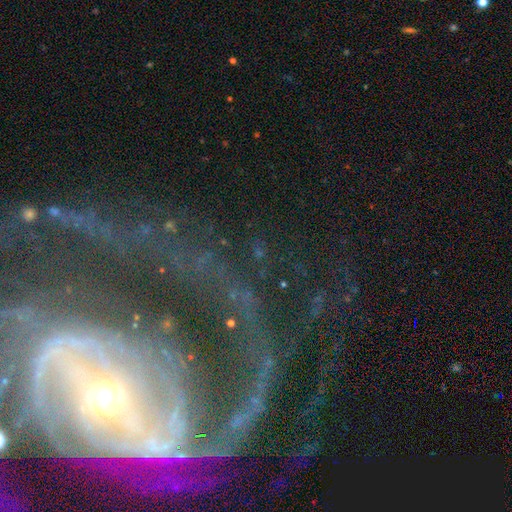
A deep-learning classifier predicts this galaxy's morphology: A featured or disk galaxy (80%) with a strong bar (43%), 2 (47%) tight (42%) spiral arms (89%) and a small central bulge (55%). Merging: none (60%).